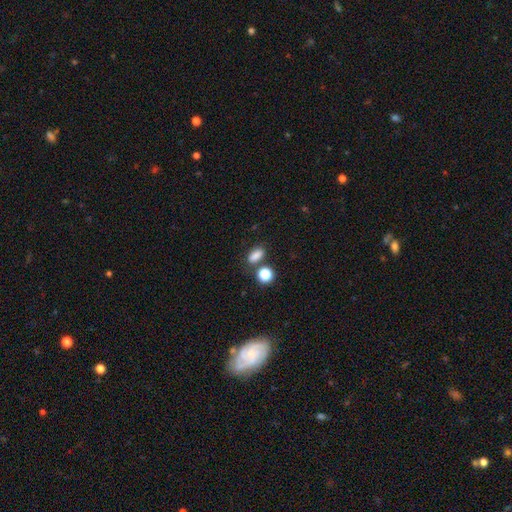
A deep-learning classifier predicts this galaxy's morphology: This appears to be a smooth galaxy with no disk features (83%) that is in between round and cigar-shaped (78%). Merging: none (70%).